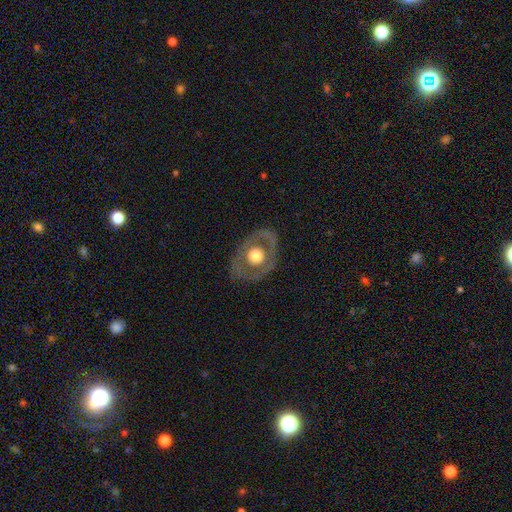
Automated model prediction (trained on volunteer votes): smooth_or_featured: featured or disk (p=0.51) [alt: smooth p=0.43]
disk_edge_on: no (p=0.92) [alt: yes p=0.08]
merging: none (p=0.79) [alt: minor disturbance p=0.13]